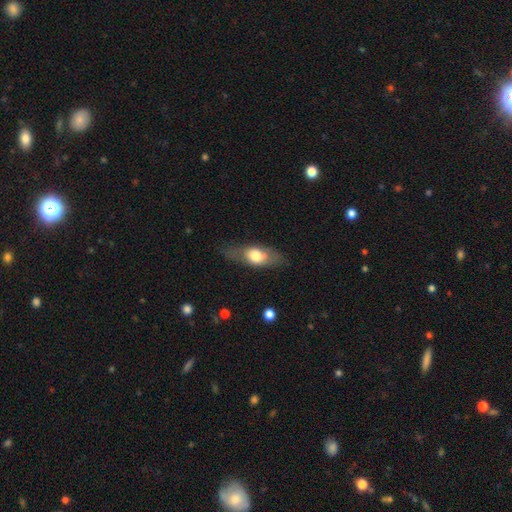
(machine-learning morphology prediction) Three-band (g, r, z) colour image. It shows a smooth galaxy with no disk features (59%) that is in between round and cigar-shaped (72%). Merging: none (68%).